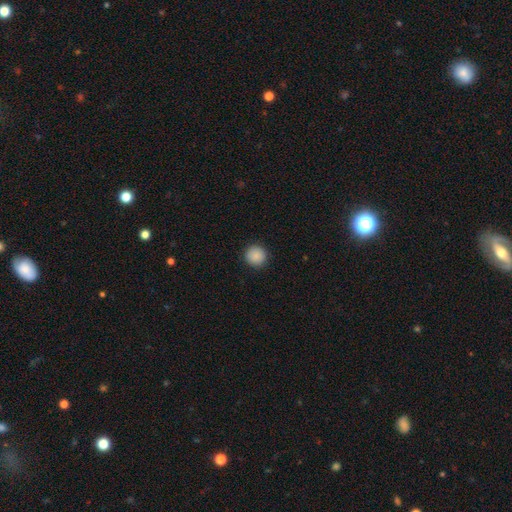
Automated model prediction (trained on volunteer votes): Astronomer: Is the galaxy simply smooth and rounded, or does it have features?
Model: smooth — 88%.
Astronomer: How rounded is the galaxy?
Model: round — 95%.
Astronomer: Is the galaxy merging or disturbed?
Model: none — 92%.